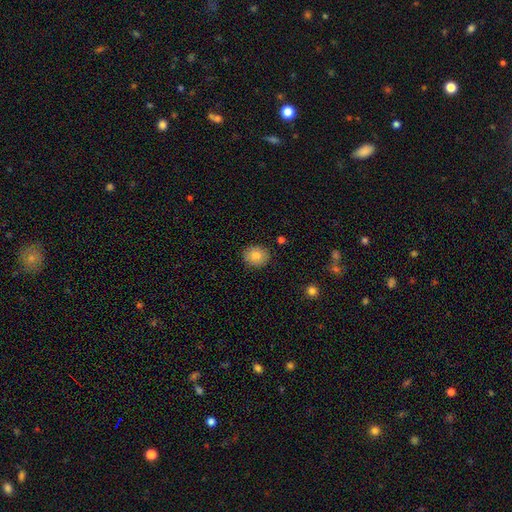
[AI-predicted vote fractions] smooth-or-featured: smooth: 83% | featured or disk: 9% | star or artifact: 8%
  how-rounded: round: 70% | in between: 29% | cigar-shaped: 1%
  merging: none: 87% | minor disturbance: 9% | major disturbance: 2% | merger: 1%